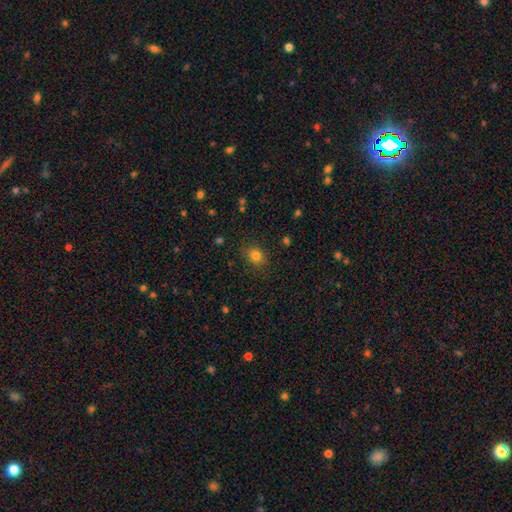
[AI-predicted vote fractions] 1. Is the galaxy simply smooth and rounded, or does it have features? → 80% smooth, 14% star or artifact, 7% featured or disk.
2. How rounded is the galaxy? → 60% round, 39% in between, 1% cigar-shaped.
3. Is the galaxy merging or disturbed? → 84% none, 11% minor disturbance, 3% major disturbance, 1% merger.